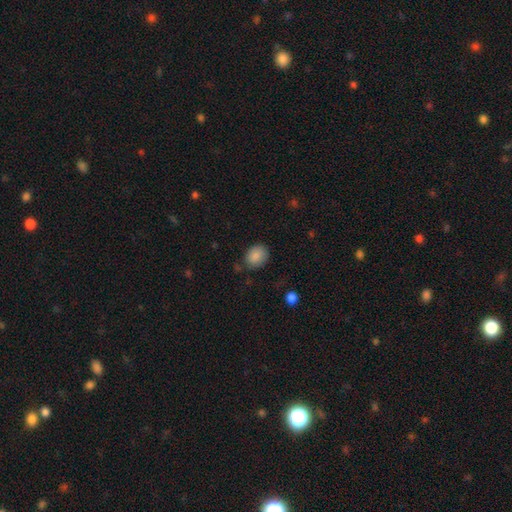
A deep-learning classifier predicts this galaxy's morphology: The model was most divided on "how rounded": in between: 57%, round: 42%, cigar-shaped: 1%. More confident: smooth or featured — smooth (87%); merging — none (77%).